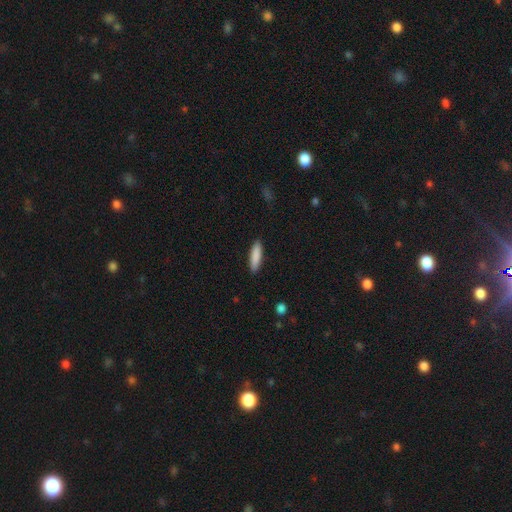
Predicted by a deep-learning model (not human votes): Morphology: type=smooth (87%); roundness=cigar-shaped (70%); merging=none (90%).